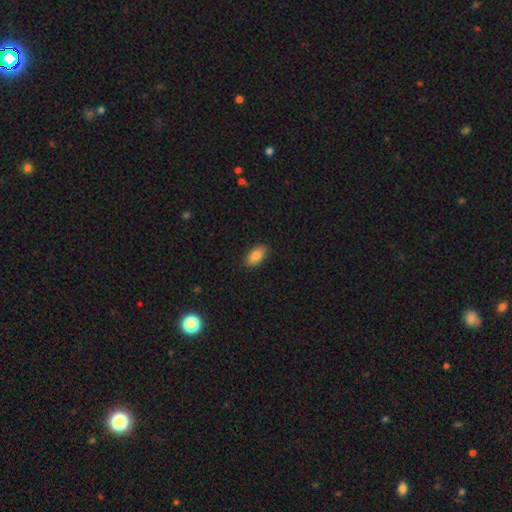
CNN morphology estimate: smooth-or-featured: smooth: 85% | featured or disk: 7% | star or artifact: 7%
  how-rounded: in between: 93% | round: 4% | cigar-shaped: 3%
  merging: none: 89% | minor disturbance: 8% | major disturbance: 2% | merger: 1%